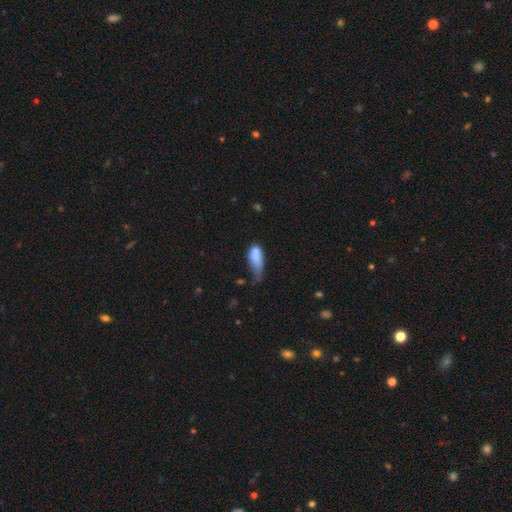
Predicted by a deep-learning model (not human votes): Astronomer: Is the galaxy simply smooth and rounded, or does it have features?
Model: smooth — 76%.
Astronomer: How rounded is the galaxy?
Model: in between — 83%.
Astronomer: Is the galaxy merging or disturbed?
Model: major disturbance — 37% (runner-up: minor disturbance, 34%).